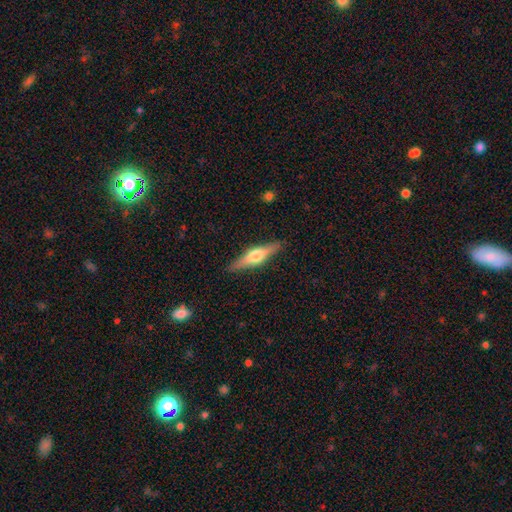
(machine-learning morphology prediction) Smooth or featured?
  - featured or disk: 64% *
  - smooth: 30%
  - star or artifact: 6%
Edge-on disk?
  - yes: 96% *
  - no: 4%
Edge-on bulge?
  - rounded: 93% *
  - boxy: 5%
  - none: 2%
Merging?
  - none: 89% *
  - minor disturbance: 8%
  - major disturbance: 2%
  - merger: 1%